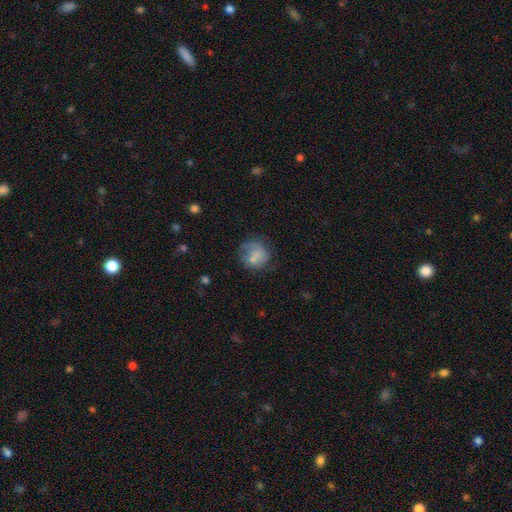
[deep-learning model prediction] Smooth or featured?
  - smooth: 62% *
  - featured or disk: 29%
  - star or artifact: 9%
How rounded?
  - round: 78% *
  - in between: 21%
  - cigar-shaped: 1%
Merging?
  - none: 46% *
  - minor disturbance: 24%
  - major disturbance: 19%
  - merger: 11%